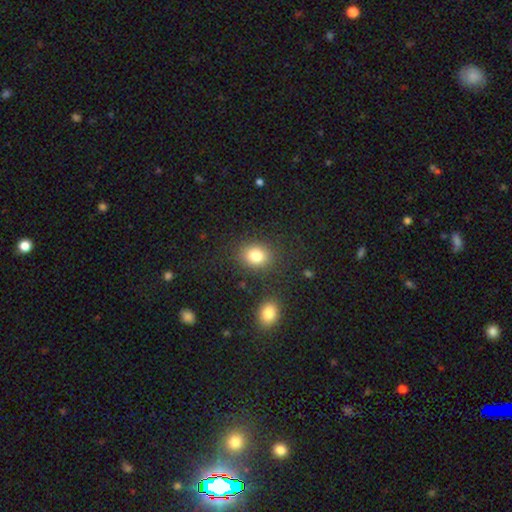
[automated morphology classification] Smooth or featured?
  - smooth: 81% *
  - star or artifact: 11%
  - featured or disk: 8%
How rounded?
  - round: 61% *
  - in between: 38%
  - cigar-shaped: 1%
Merging?
  - none: 83% *
  - minor disturbance: 9%
  - major disturbance: 4%
  - merger: 4%